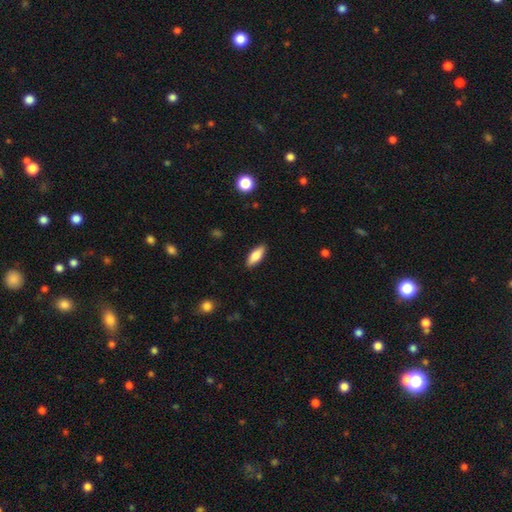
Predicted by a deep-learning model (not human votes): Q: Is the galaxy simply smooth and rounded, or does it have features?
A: smooth — 80%.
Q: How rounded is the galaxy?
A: in between — 73%.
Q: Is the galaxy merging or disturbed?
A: none — 88%.